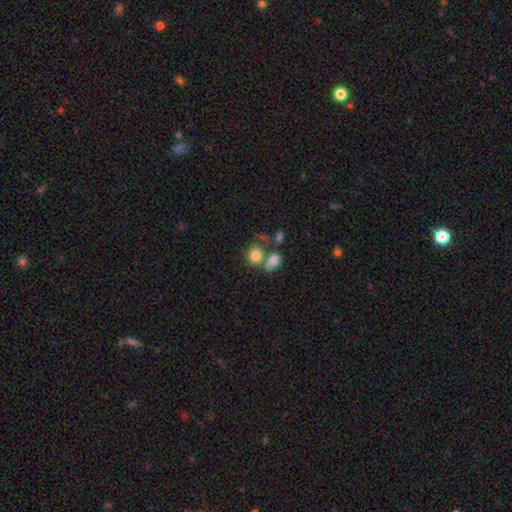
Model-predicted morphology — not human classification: type=smooth (79%); roundness=round (68%); merging=merger (41%, tied with none).